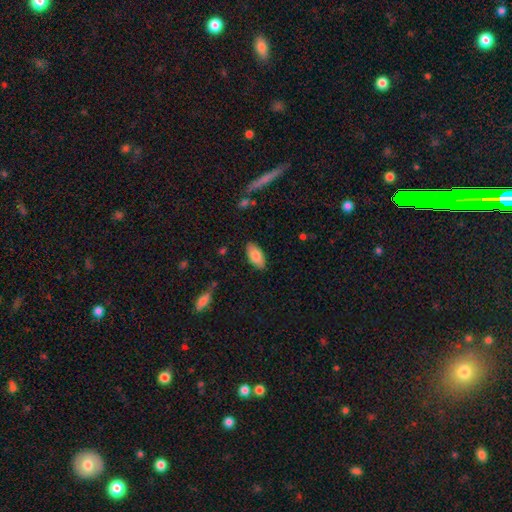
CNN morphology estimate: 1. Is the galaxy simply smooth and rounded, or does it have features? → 83% smooth, 11% featured or disk, 6% star or artifact.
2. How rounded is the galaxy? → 91% in between, 7% cigar-shaped, 2% round.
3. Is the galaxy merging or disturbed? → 86% none, 11% minor disturbance, 2% major disturbance, 1% merger.